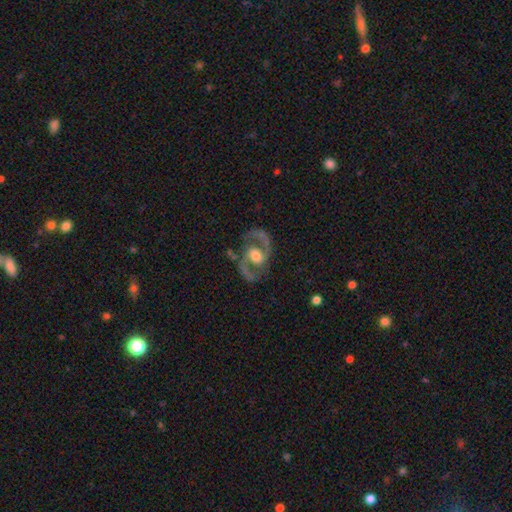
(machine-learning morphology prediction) smooth-or-featured: featured or disk: 88% | smooth: 7% | star or artifact: 5%
  disk-edge-on: no: 97% | yes: 3%
    bar: no: 51% | weak: 36% | strong: 13%
    has-spiral-arms: yes: 94% | no: 6%
      spiral-winding: medium: 62% | loose: 24% | tight: 14%
      spiral-arm-count: 2: 93% | can't tell: 2% | 1: 2% | 3: 1% | 4: 1% | more than 4: 1%
    bulge-size: moderate: 58% | large: 23% | small: 15% | none: 2% | dominant: 2%
  merging: none: 78% | minor disturbance: 12% | major disturbance: 7% | merger: 2%